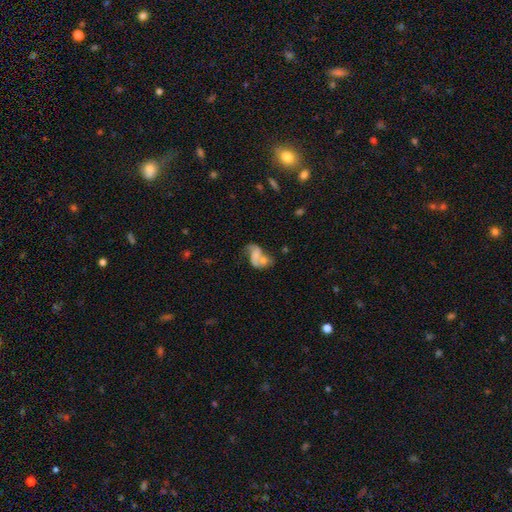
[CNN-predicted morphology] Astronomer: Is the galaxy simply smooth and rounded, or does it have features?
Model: featured or disk — 49% (runner-up: smooth, 40%).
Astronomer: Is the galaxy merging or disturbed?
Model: merger — 43% (runner-up: none, 23%).